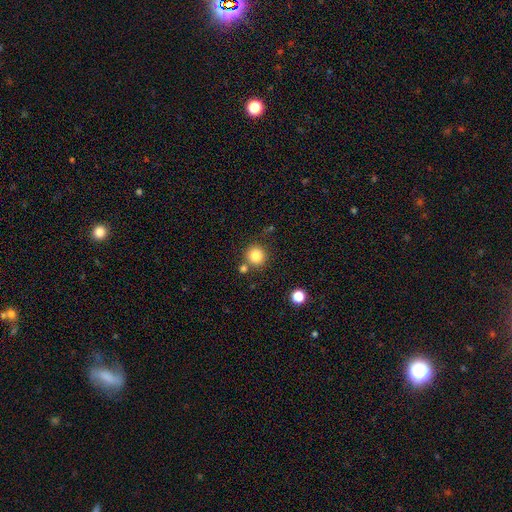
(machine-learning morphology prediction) smooth-or-featured: smooth: 84% | star or artifact: 11% | featured or disk: 6%
  how-rounded: round: 94% | in between: 5% | cigar-shaped: 1%
  merging: none: 78% | merger: 11% | minor disturbance: 8% | major disturbance: 3%